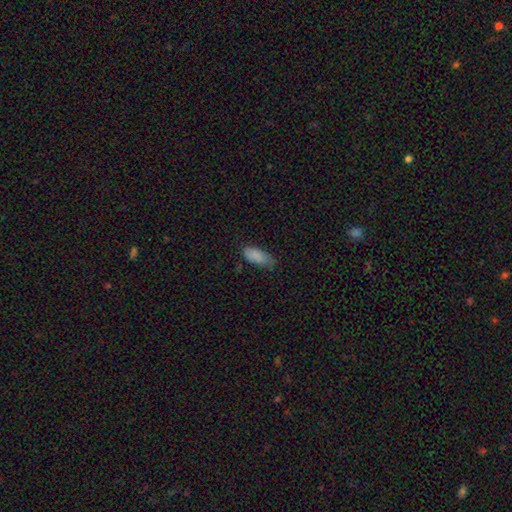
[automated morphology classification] smooth-or-featured: smooth: 87% | star or artifact: 7% | featured or disk: 6%
  how-rounded: in between: 88% | cigar-shaped: 10% | round: 2%
  merging: none: 55% | minor disturbance: 36% | major disturbance: 7% | merger: 2%